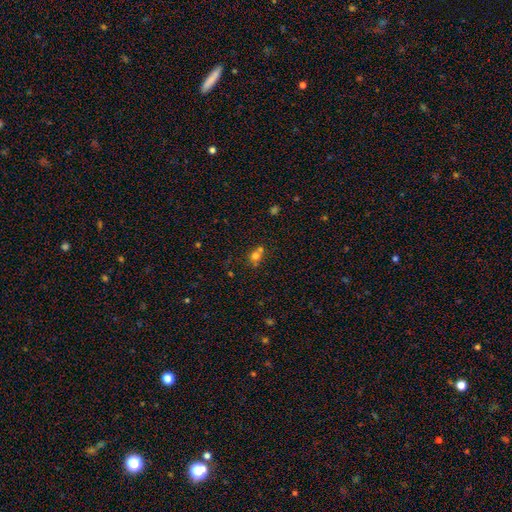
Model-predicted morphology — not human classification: Smooth or featured? Predicted: smooth (p=0.70). How rounded? Predicted: round (p=0.74). Merging? Predicted: merger (p=0.44).